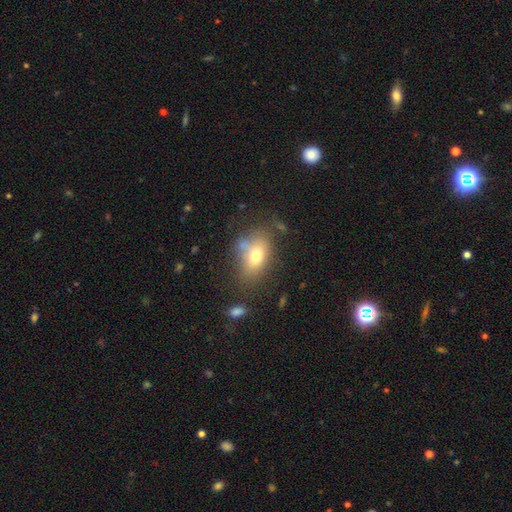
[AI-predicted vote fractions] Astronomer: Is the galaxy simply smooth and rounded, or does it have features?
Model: smooth — 70%.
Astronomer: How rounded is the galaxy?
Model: in between — 76%.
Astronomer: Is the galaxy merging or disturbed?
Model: none — 61%.